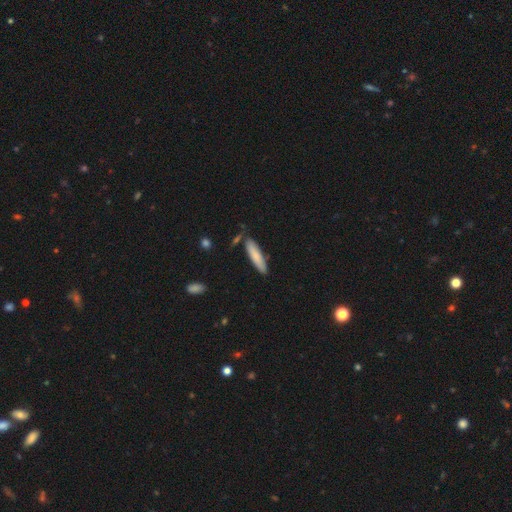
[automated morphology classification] Q: Smooth or featured?
A: smooth (80%); runner-up: featured or disk (14%)
Q: How rounded?
A: cigar-shaped (80%); runner-up: in between (19%)
Q: Merging?
A: none (79%); runner-up: minor disturbance (14%)